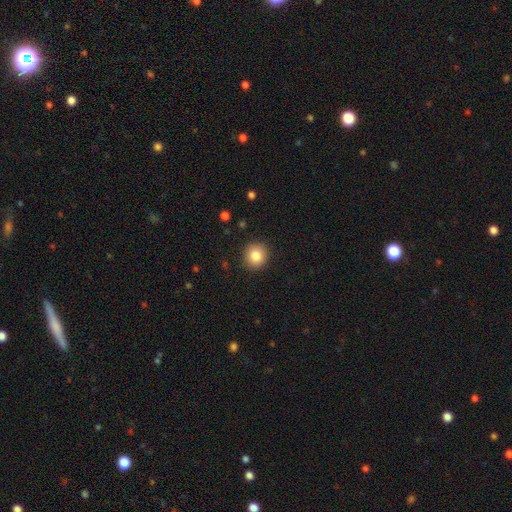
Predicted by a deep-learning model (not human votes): smooth_or_featured: smooth (p=0.85) [alt: star or artifact p=0.09]
how_rounded: round (p=0.87) [alt: in between p=0.13]
merging: none (p=0.90) [alt: minor disturbance p=0.07]